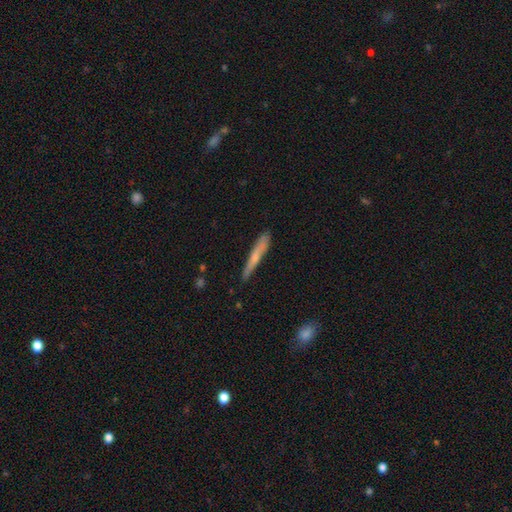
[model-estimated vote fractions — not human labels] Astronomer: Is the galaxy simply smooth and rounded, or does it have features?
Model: smooth — 56% (runner-up: featured or disk, 38%).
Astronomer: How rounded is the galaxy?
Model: cigar-shaped — 95%.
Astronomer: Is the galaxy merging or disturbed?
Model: none — 79%.